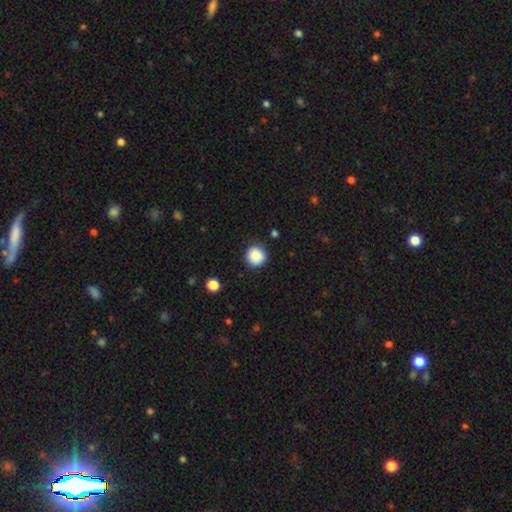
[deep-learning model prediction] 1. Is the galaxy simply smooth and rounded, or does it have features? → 88% smooth, 9% star or artifact, 3% featured or disk.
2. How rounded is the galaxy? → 93% round, 6% in between, 1% cigar-shaped.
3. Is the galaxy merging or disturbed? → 87% none, 9% minor disturbance, 2% major disturbance, 1% merger.